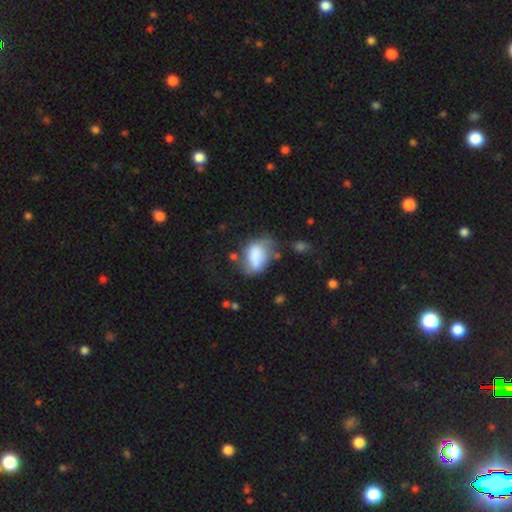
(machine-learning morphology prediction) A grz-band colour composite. It shows a smooth galaxy with no disk features (70%) that is in between round and cigar-shaped (84%). Merging: none (33%).